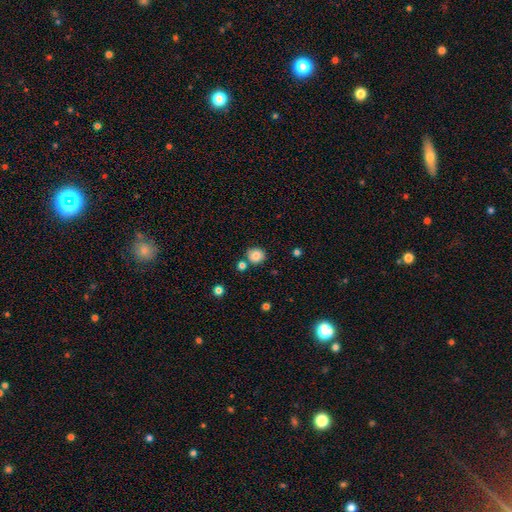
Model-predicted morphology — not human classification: smooth_or_featured: smooth (p=0.85) [alt: star or artifact p=0.10]
how_rounded: round (p=0.85) [alt: in between p=0.14]
merging: none (p=0.78) [alt: minor disturbance p=0.10]